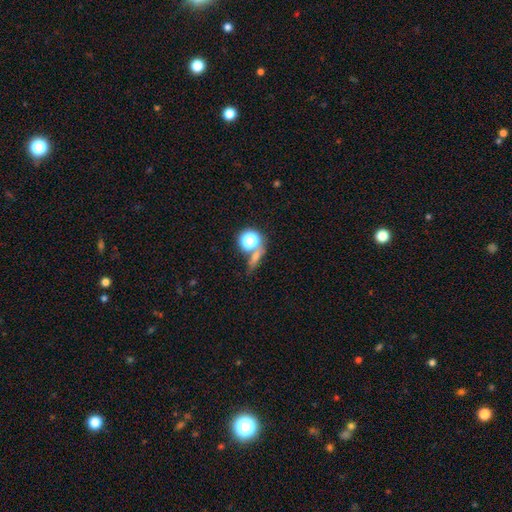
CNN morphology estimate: Overall: smooth (47%; star or artifact 38%). Merging: none (62%).